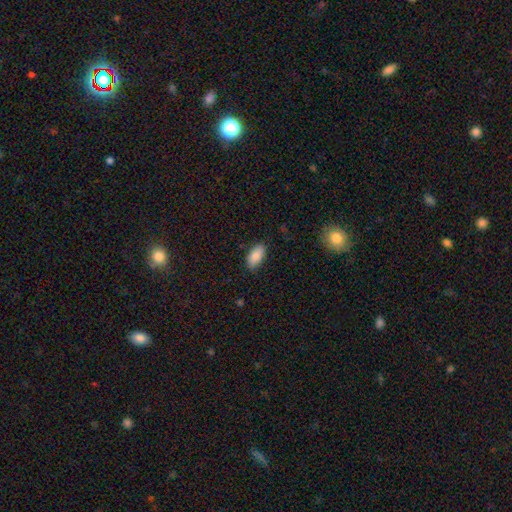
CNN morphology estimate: A smooth galaxy with no disk features (88%) that is in between round and cigar-shaped (92%).

Vote fractions:
- Smooth or featured? smooth: 88% / star or artifact: 7% / featured or disk: 5%
- How rounded? in between: 92% / cigar-shaped: 5% / round: 2%
- Merging? none: 84% / minor disturbance: 12% / major disturbance: 3% / merger: 1%